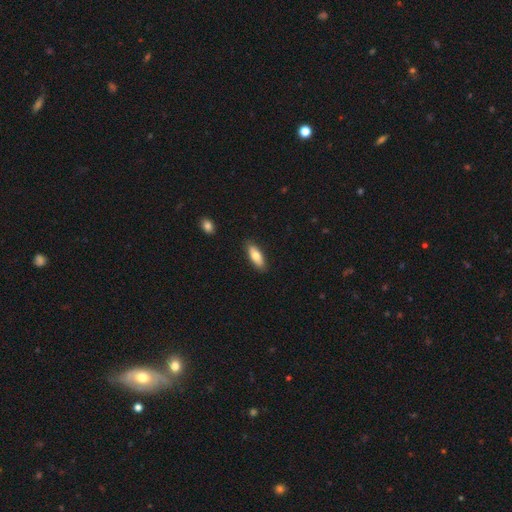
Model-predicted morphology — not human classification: Smooth or featured: smooth — 74% (featured or disk — 21%)
How rounded: in between — 67% (cigar-shaped — 31%)
Merging: none — 88% (minor disturbance — 9%)